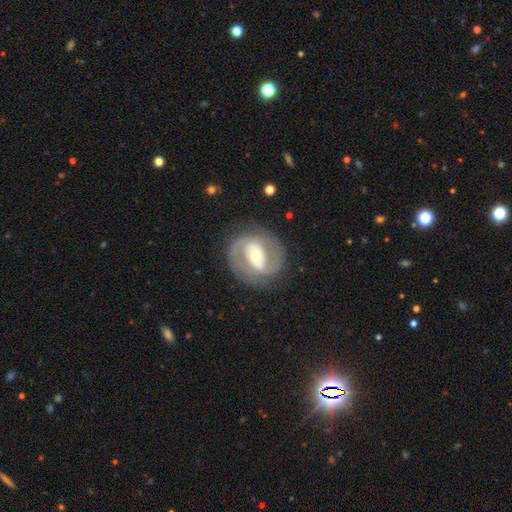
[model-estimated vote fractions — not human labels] Smooth or featured? Predicted: featured or disk (p=0.80). Edge-on disk? Predicted: no (p=0.97). Bar? Predicted: strong (p=0.39). Spiral arms? Predicted: yes (p=0.82). Spiral winding? Predicted: medium (p=0.44). Spiral arm count? Predicted: 2 (p=0.85). Bulge size? Predicted: moderate (p=0.60). Merging? Predicted: none (p=0.81).